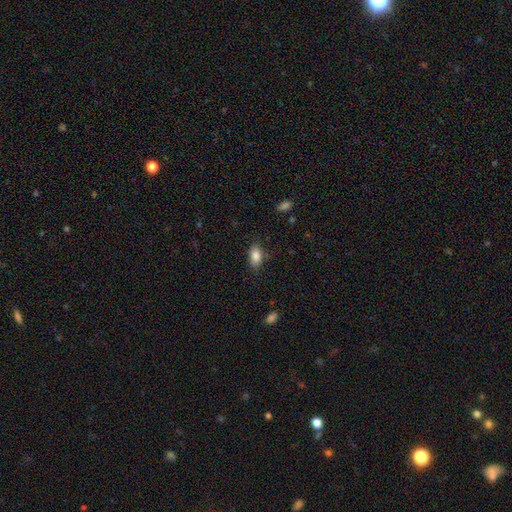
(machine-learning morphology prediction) This is clearly a smooth galaxy (85%). How rounded: clearly in between (90%). Merging: clearly none (82%).